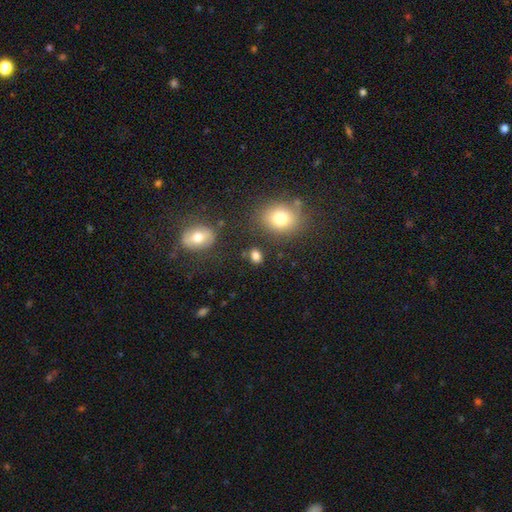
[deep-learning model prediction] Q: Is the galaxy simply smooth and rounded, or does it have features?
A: smooth — 81%.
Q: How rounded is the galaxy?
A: in between — 56%.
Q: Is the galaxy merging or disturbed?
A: none — 78%.